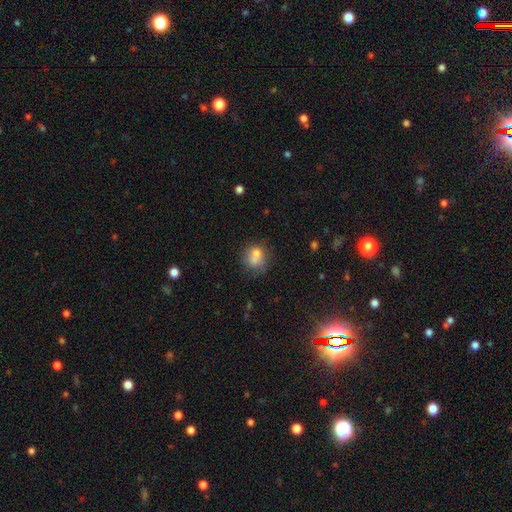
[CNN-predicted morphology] The model was most divided on "merging": merger: 41%, none: 39%, minor disturbance: 13%, major disturbance: 7%. More confident: how rounded — round (72%); smooth or featured — smooth (70%).